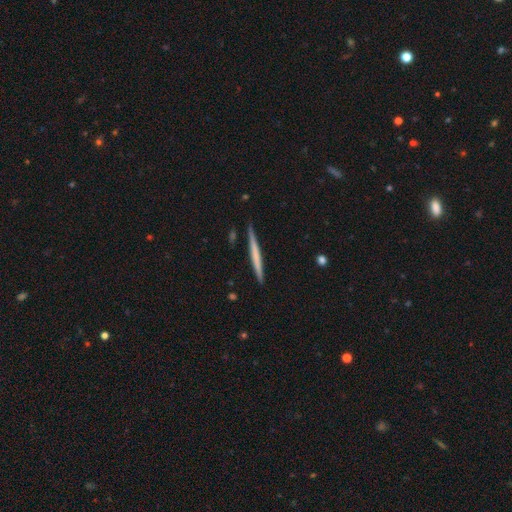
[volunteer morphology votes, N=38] Volunteers were most divided on "smooth or featured": smooth: 50%, featured or disk: 45%, star or artifact: 5%. More confident: how rounded — cigar-shaped (100%); merging — none (78%).